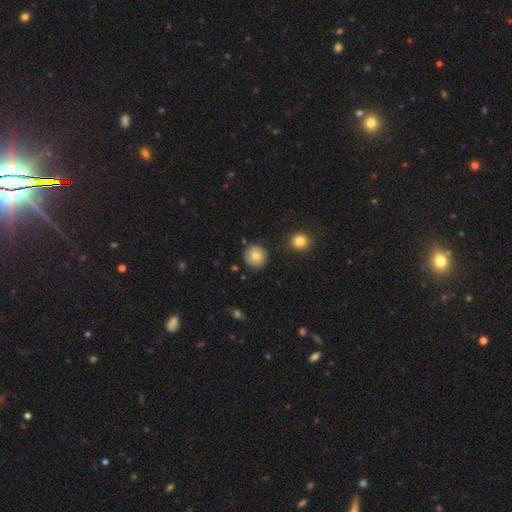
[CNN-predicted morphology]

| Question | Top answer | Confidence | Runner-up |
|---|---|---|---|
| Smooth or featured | smooth | 74% | featured or disk (17%) |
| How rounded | round | 93% | in between (6%) |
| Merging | none | 86% | minor disturbance (10%) |